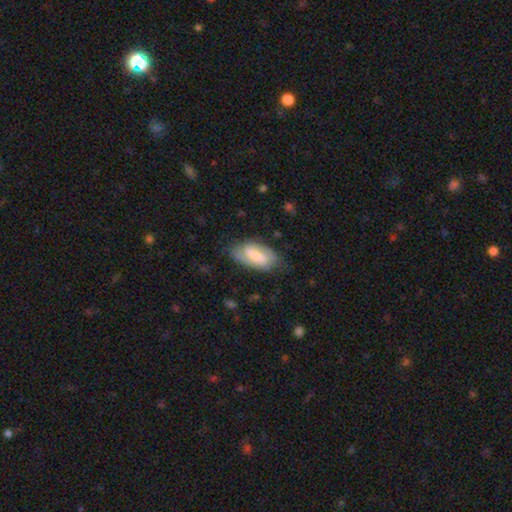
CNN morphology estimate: featured or disk 47%, smooth 46%, star or artifact 7%. Down the decision tree: merging — none (69%).